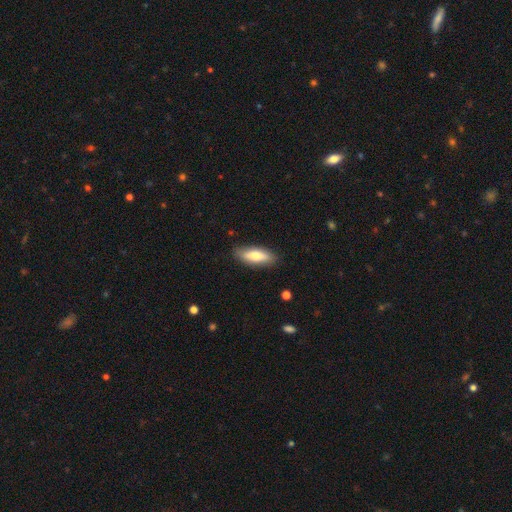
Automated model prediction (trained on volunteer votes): This is likely a smooth galaxy (71%). How rounded: likely in between (65%). Merging: clearly none (85%).